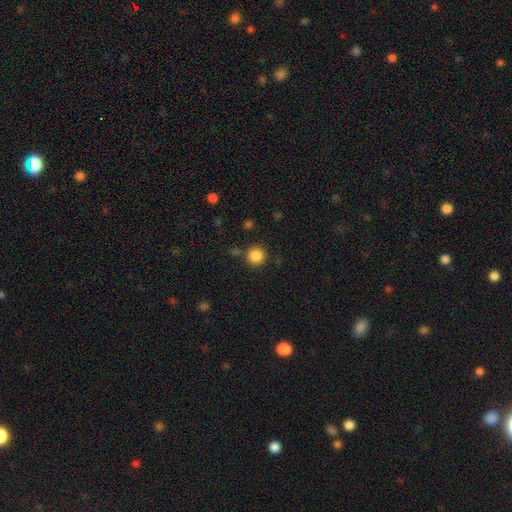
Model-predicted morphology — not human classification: smooth_or_featured: smooth (p=0.86) [alt: star or artifact p=0.10]
how_rounded: round (p=0.94) [alt: in between p=0.05]
merging: none (p=0.86) [alt: minor disturbance p=0.07]